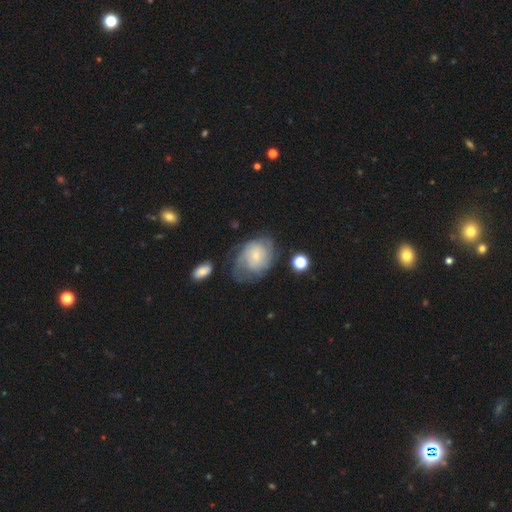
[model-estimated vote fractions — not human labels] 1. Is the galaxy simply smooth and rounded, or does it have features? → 60% featured or disk, 32% smooth, 8% star or artifact.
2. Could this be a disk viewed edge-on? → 97% no, 3% yes.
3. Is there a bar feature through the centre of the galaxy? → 76% no, 21% weak, 3% strong.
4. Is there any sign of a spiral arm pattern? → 81% yes, 19% no.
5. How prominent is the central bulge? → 73% small, 18% moderate, 4% none, 3% large, 1% dominant.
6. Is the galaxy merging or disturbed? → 49% none, 26% minor disturbance, 21% major disturbance, 4% merger.